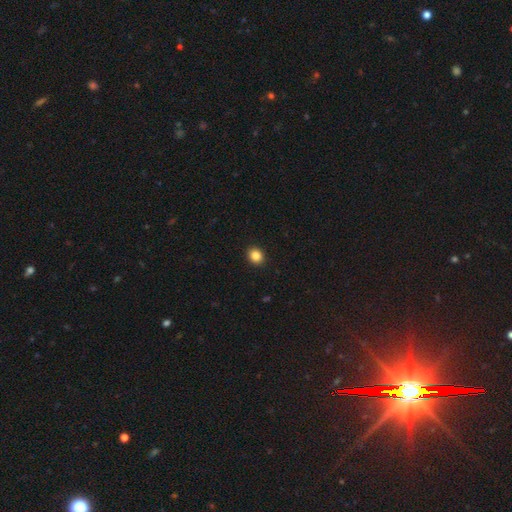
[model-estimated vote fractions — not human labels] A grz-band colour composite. It shows a smooth galaxy with no disk features (85%) that is round (76%). Merging: none (93%).